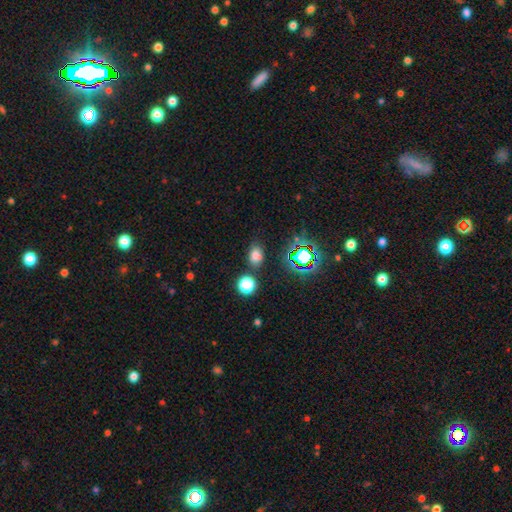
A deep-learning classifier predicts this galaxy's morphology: The model was most divided on "how rounded": in between: 69%, round: 29%, cigar-shaped: 2%. More confident: merging — none (74%); smooth or featured — smooth (71%).